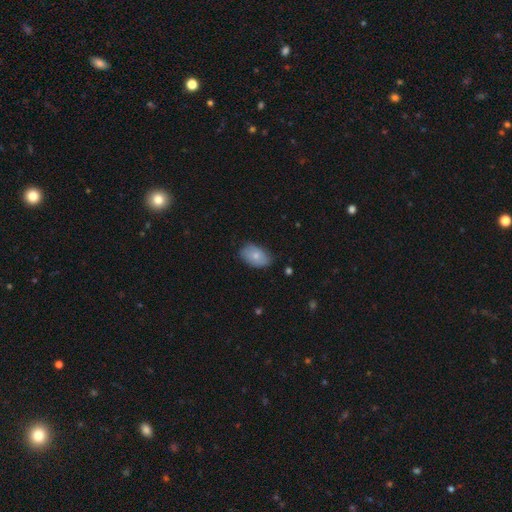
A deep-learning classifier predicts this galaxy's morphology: smooth_or_featured: smooth (p=0.73) [alt: featured or disk p=0.21]
how_rounded: in between (p=0.91) [alt: round p=0.08]
merging: none (p=0.72) [alt: minor disturbance p=0.23]